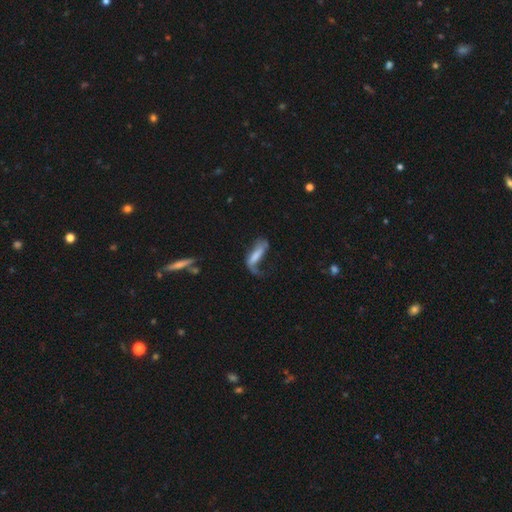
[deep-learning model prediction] smooth 52%, featured or disk 39%, star or artifact 9%. Down the decision tree: how rounded — cigar-shaped (54%); merging — major disturbance (48%).